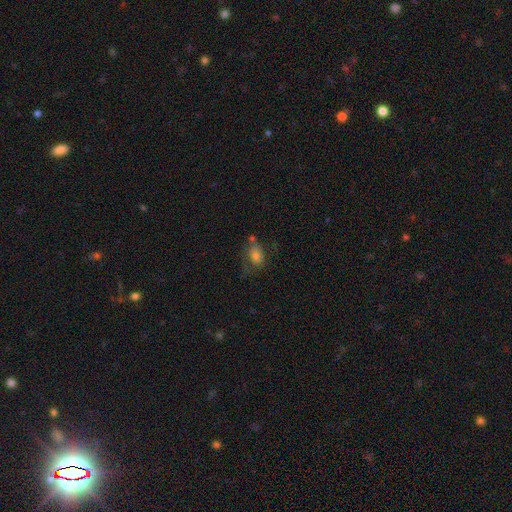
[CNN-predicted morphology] type=smooth (68%); roundness=in between (76%); merging=none (45%).